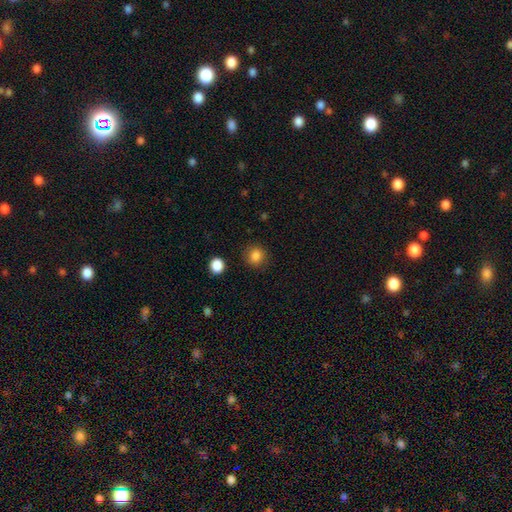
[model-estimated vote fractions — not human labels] Morphology: type=smooth (85%); roundness=round (82%); merging=none (86%).